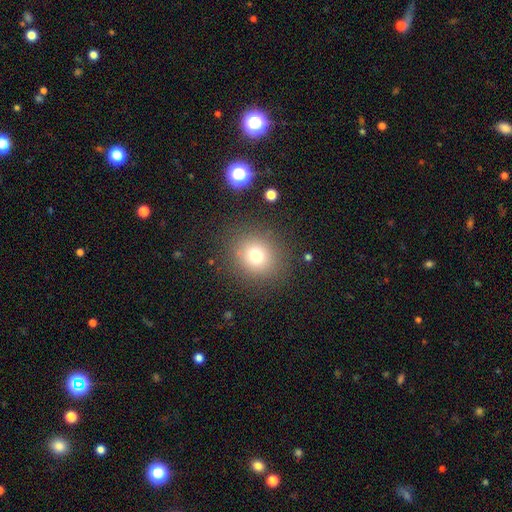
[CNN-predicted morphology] Overall: smooth (74%). How rounded: round (82%). Merging: none (85%).